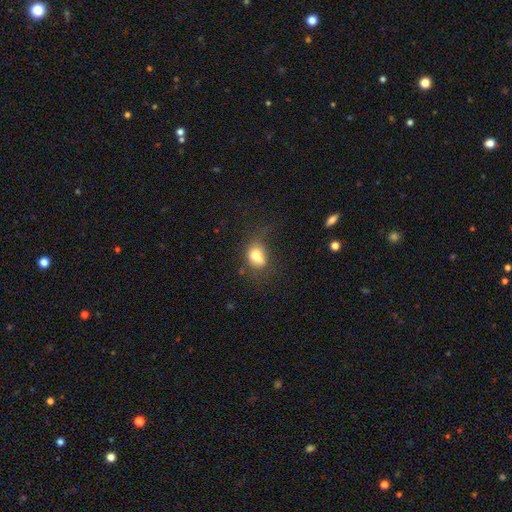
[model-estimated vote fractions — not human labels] This appears to be a smooth galaxy with no disk features (73%) that is in between round and cigar-shaped (65%). Merging: none (42%).